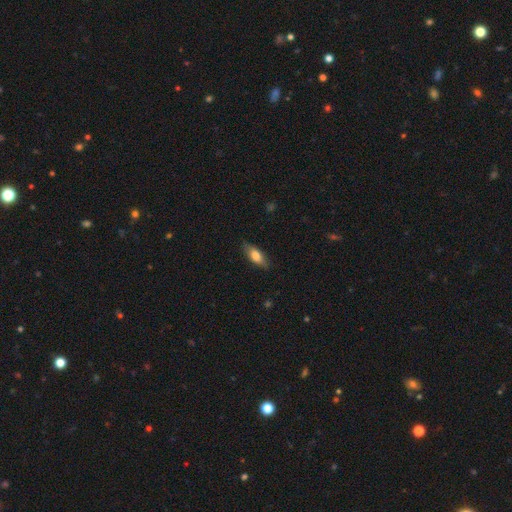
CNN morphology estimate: Q: Smooth or featured?
A: smooth (75%); runner-up: featured or disk (19%)
Q: How rounded?
A: in between (73%); runner-up: cigar-shaped (25%)
Q: Merging?
A: none (83%); runner-up: minor disturbance (13%)